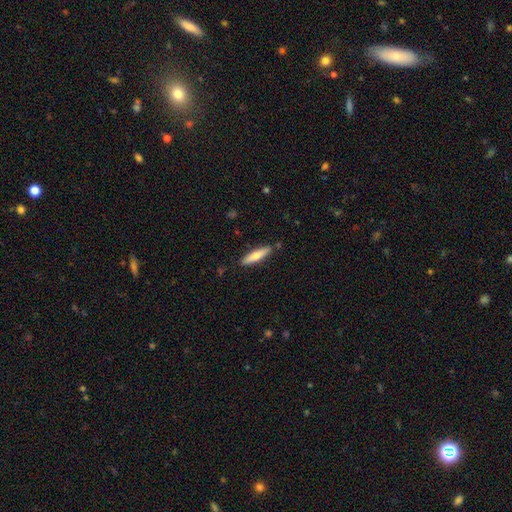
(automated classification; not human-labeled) smooth-or-featured: smooth: 57% | featured or disk: 38% | star or artifact: 6%
  how-rounded: cigar-shaped: 76% | in between: 22% | round: 2%
  merging: none: 87% | minor disturbance: 9% | major disturbance: 2% | merger: 2%